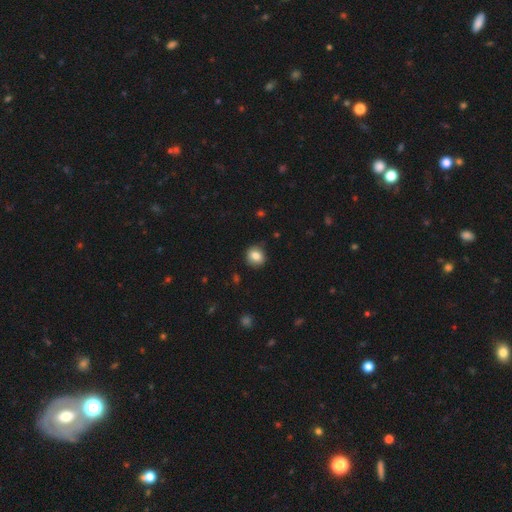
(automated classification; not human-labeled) This appears to be a smooth galaxy with no disk features (82%) that is round (75%). Merging: none (83%).